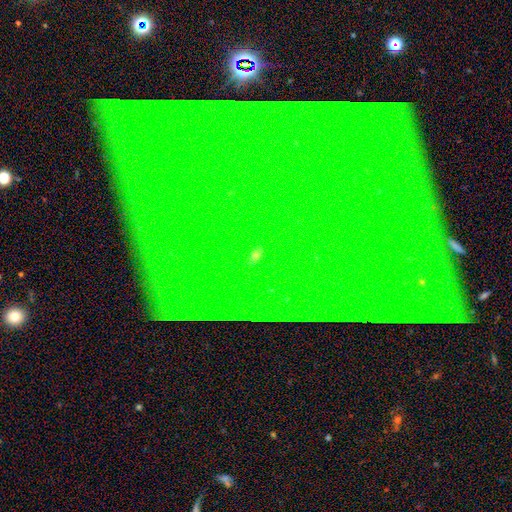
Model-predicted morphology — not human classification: Smooth or featured?
  - star or artifact: 85% *
  - featured or disk: 8%
  - smooth: 7%